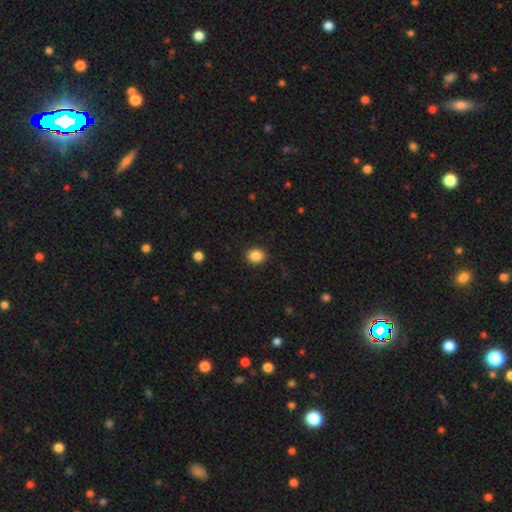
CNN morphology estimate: type=smooth (87%); roundness=round (52%); merging=none (90%).